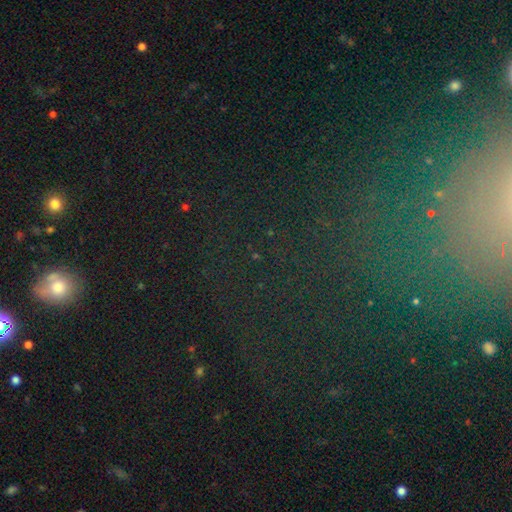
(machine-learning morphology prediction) A star or artifact, not a galaxy (69%).

Vote fractions:
- Smooth or featured? star or artifact: 69% / smooth: 17% / featured or disk: 14%